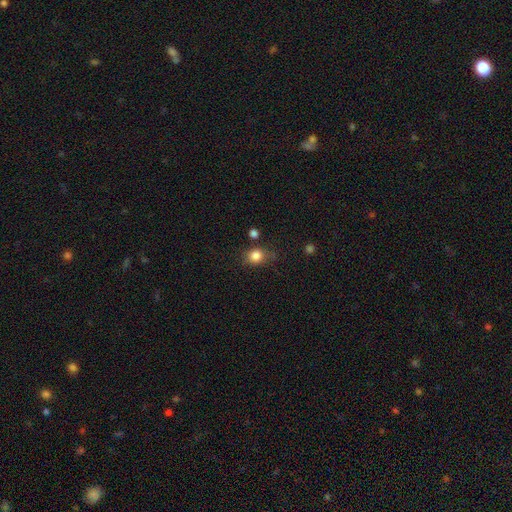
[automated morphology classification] Smooth or featured?
  - smooth: 83% *
  - star or artifact: 11%
  - featured or disk: 6%
How rounded?
  - round: 69% *
  - in between: 30%
  - cigar-shaped: 1%
Merging?
  - none: 68% *
  - minor disturbance: 20%
  - merger: 6%
  - major disturbance: 6%